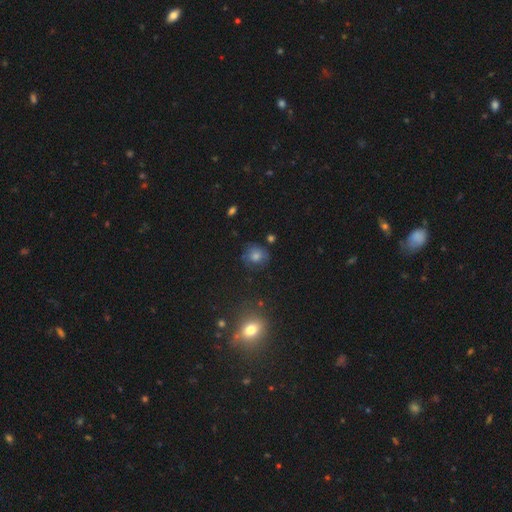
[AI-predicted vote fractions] Smooth or featured?
  - smooth: 67% *
  - star or artifact: 18%
  - featured or disk: 15%
How rounded?
  - round: 78% *
  - in between: 21%
  - cigar-shaped: 1%
Merging?
  - none: 76% *
  - minor disturbance: 16%
  - major disturbance: 5%
  - merger: 3%